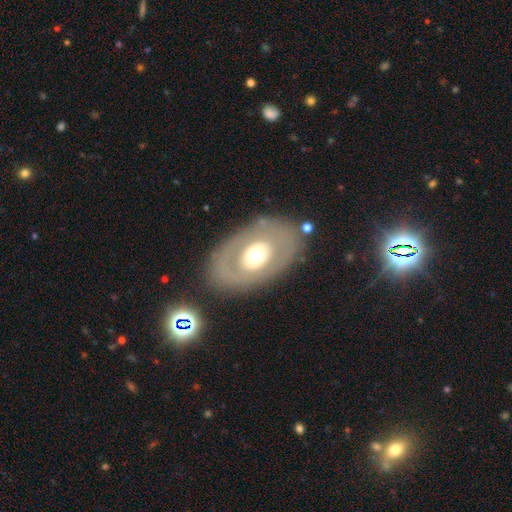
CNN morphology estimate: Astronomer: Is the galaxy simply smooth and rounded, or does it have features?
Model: featured or disk — 53% (runner-up: smooth, 41%).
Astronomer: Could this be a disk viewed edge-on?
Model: no — 90%.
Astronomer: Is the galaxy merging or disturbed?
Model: none — 80%.